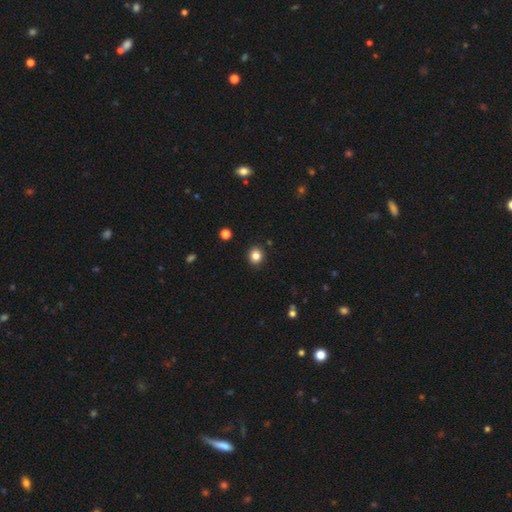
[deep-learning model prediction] Smooth or featured? Predicted: smooth (p=0.83). How rounded? Predicted: round (p=0.85). Merging? Predicted: none (p=0.92).